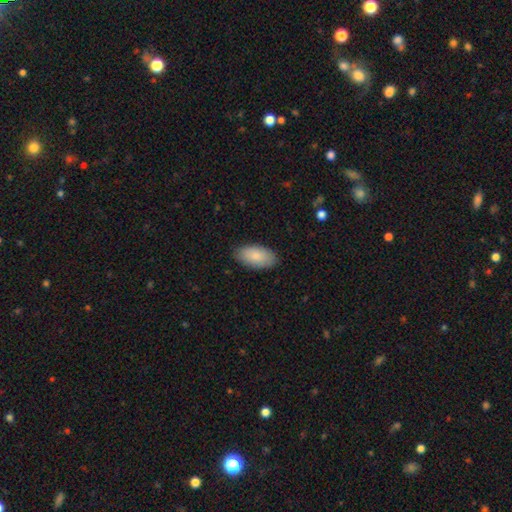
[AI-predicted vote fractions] A smooth galaxy with no disk features (85%) that is in between round and cigar-shaped (95%).

Vote fractions:
- Smooth or featured? smooth: 85% / featured or disk: 9% / star or artifact: 6%
- How rounded? in between: 95% / cigar-shaped: 3% / round: 2%
- Merging? none: 85% / minor disturbance: 11% / major disturbance: 2% / merger: 1%